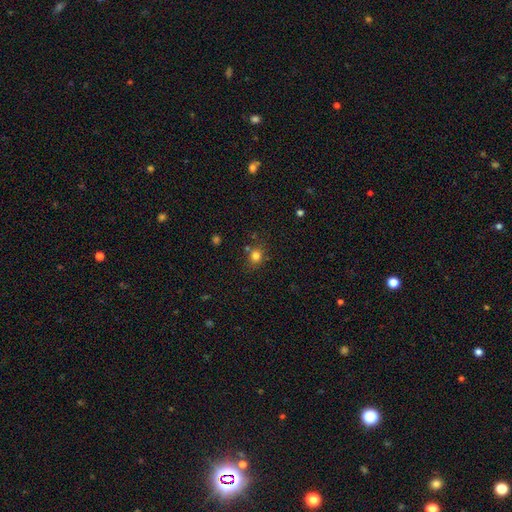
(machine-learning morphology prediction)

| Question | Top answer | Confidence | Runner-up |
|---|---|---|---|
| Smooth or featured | smooth | 79% | star or artifact (15%) |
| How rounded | round | 75% | in between (24%) |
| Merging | none | 73% | minor disturbance (14%) |